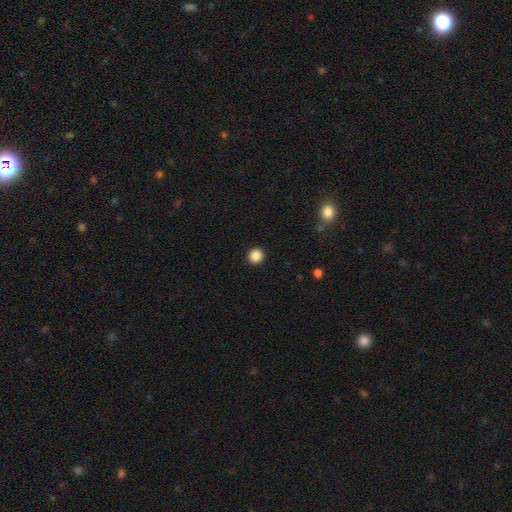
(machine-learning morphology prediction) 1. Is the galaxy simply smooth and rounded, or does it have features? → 87% smooth, 10% star or artifact, 3% featured or disk.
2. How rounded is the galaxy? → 94% round, 5% in between, 1% cigar-shaped.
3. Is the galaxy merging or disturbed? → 93% none, 4% minor disturbance, 2% major disturbance, 1% merger.